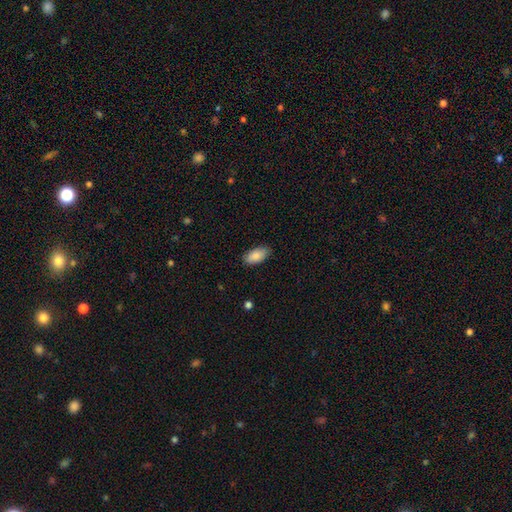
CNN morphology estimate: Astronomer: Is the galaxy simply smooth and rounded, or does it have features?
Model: smooth — 86%.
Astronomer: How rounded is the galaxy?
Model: in between — 94%.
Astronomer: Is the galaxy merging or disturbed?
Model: none — 84%.